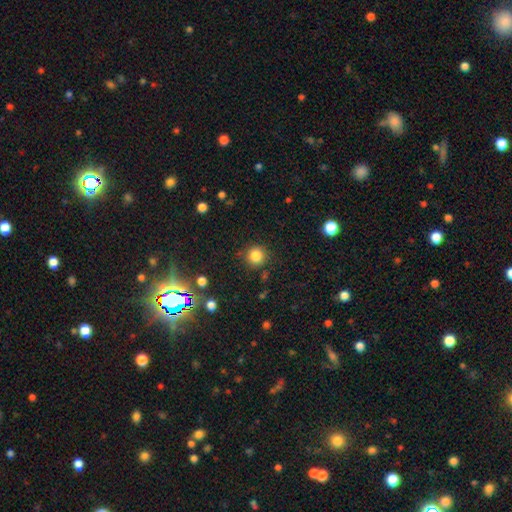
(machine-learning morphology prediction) A smooth galaxy with no disk features (82%) that is round (93%). Merging: none (85%).